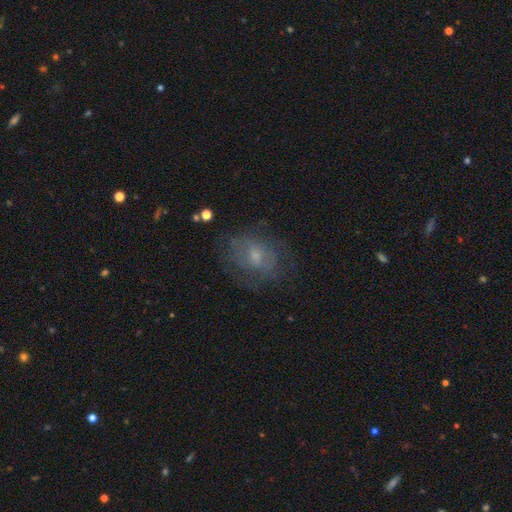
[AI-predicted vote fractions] Q: Smooth or featured?
A: featured or disk (48%); runner-up: smooth (40%)
Q: Merging?
A: none (63%); runner-up: minor disturbance (20%)